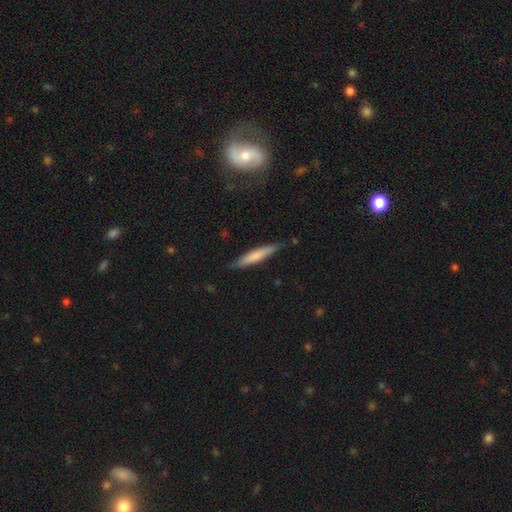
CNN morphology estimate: smooth 67%, featured or disk 27%, star or artifact 5%. Down the decision tree: how rounded — cigar-shaped (91%); merging — none (80%).